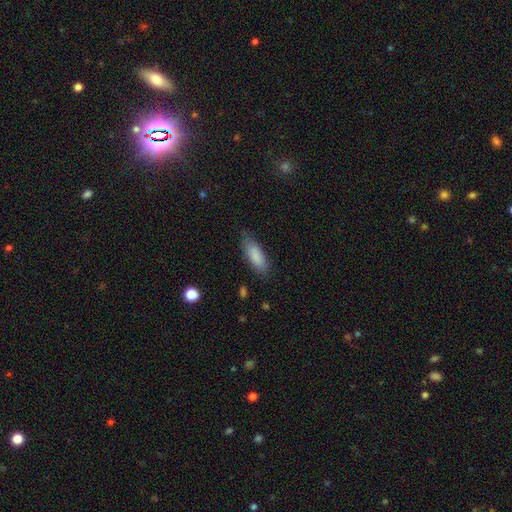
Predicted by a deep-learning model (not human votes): Smooth or featured: smooth — 85% (featured or disk — 8%)
How rounded: in between — 66% (cigar-shaped — 32%)
Merging: none — 76% (minor disturbance — 18%)